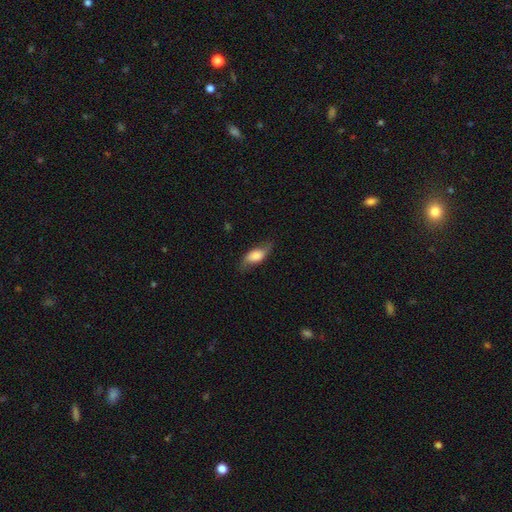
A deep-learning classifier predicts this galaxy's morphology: Q: Smooth or featured?
A: smooth (61%); runner-up: featured or disk (32%)
Q: How rounded?
A: in between (81%); runner-up: cigar-shaped (14%)
Q: Merging?
A: none (71%); runner-up: minor disturbance (21%)